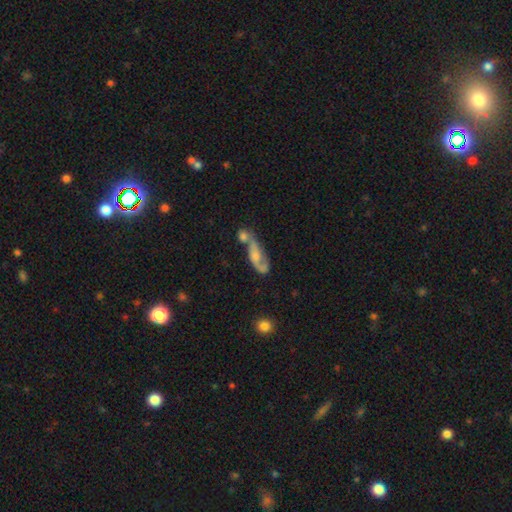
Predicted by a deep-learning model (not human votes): Overall: featured or disk (65%; smooth 27%). Edge-on disk: no (88%). Bar: no (62%; weak 30%). Spiral arms: yes (83%). Bulge size: moderate (42%; small 31%). Merging: merger (43%; none 29%).